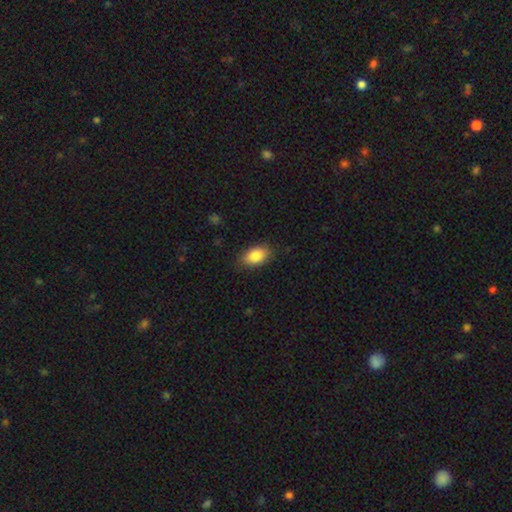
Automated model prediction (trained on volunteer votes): smooth_or_featured: smooth (p=0.86) [alt: star or artifact p=0.07]
how_rounded: in between (p=0.91) [alt: round p=0.07]
merging: none (p=0.84) [alt: minor disturbance p=0.12]